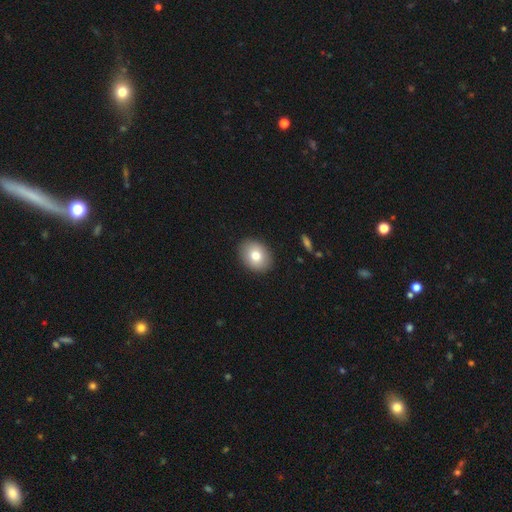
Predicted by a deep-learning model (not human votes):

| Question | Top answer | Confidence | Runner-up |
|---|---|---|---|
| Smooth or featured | smooth | 78% | featured or disk (14%) |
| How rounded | in between | 61% | round (38%) |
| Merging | none | 90% | minor disturbance (7%) |